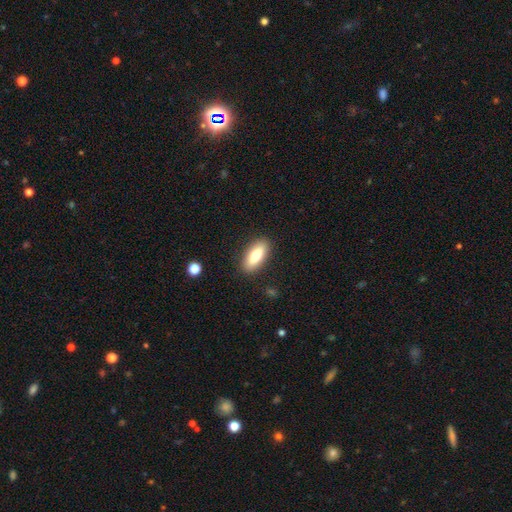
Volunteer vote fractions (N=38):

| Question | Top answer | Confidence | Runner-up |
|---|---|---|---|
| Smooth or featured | smooth | 82% | featured or disk (13%) |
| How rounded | in between | 77% | cigar-shaped (19%) |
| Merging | none | 97% | merger (3%) |